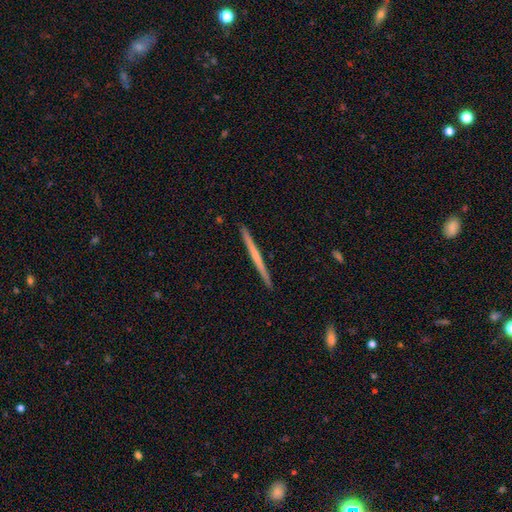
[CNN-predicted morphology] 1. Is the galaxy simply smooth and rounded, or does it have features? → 53% featured or disk, 41% smooth, 5% star or artifact.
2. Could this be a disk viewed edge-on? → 98% yes, 2% no.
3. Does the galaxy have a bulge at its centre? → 82% none, 13% rounded, 4% boxy.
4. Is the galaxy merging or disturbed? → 93% none, 5% minor disturbance, 1% major disturbance, 1% merger.